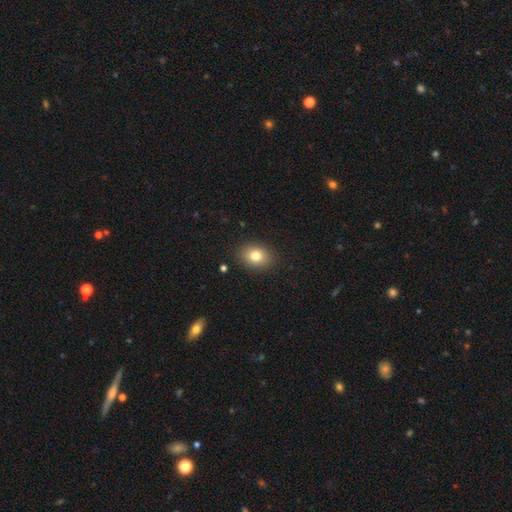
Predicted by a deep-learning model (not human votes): Morphology: type=smooth (79%); roundness=in between (53%); merging=none (88%).